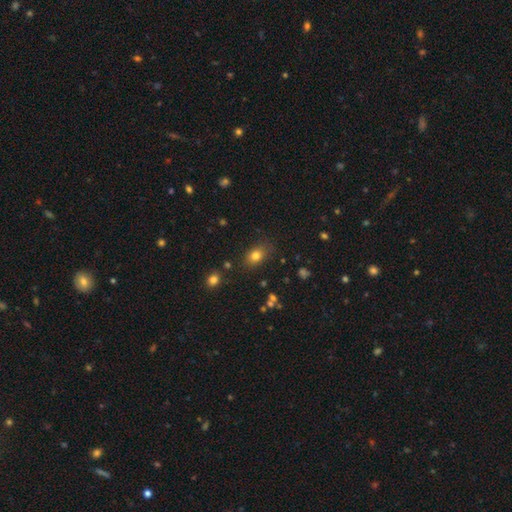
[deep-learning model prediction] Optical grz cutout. It shows a smooth galaxy with no disk features (79%) that is in between round and cigar-shaped (66%). Merging: none (77%).